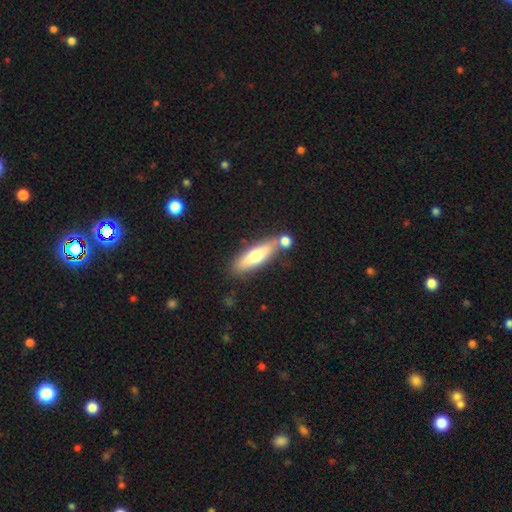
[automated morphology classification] smooth-or-featured: smooth: 61% | featured or disk: 33% | star or artifact: 6%
  how-rounded: cigar-shaped: 63% | in between: 35% | round: 2%
  merging: none: 61% | merger: 22% | minor disturbance: 14% | major disturbance: 4%